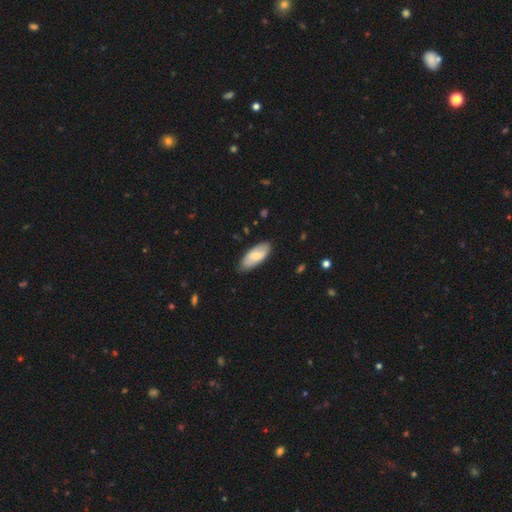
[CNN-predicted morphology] smooth 67%, featured or disk 27%, star or artifact 5%. Down the decision tree: how rounded — in between (87%); merging — none (78%).